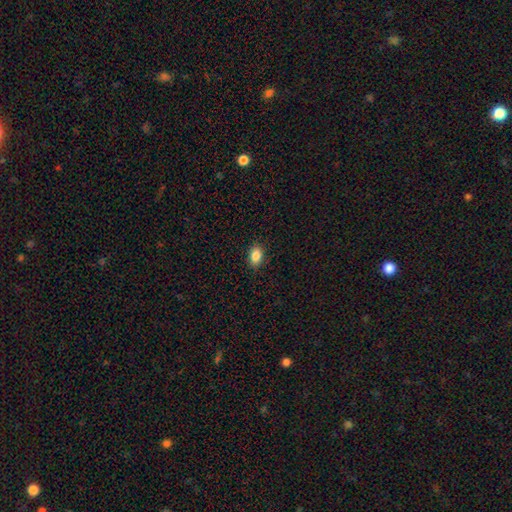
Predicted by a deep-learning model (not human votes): This appears to be a smooth galaxy with no disk features (86%) that is in between round and cigar-shaped (83%). Merging: none (89%).